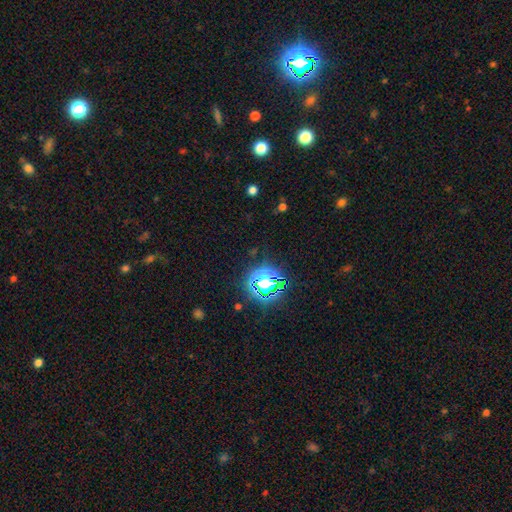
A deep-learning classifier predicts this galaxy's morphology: This is likely a star or artifact rather than a galaxy (76%).